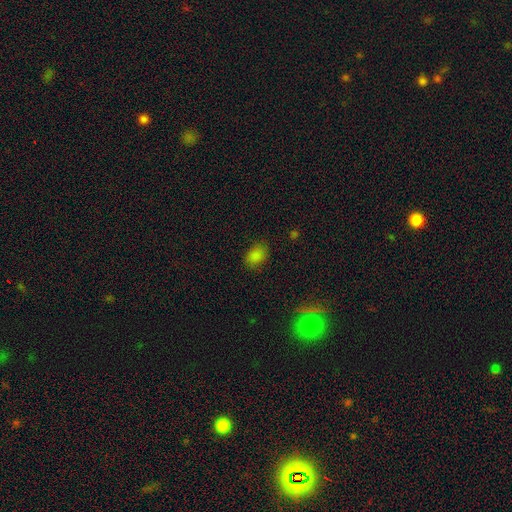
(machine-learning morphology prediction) A smooth galaxy with no disk features (82%) that is in between round and cigar-shaped (66%).

Vote fractions:
- Smooth or featured? smooth: 82% / star or artifact: 13% / featured or disk: 4%
- How rounded? in between: 66% / round: 33% / cigar-shaped: 1%
- Merging? none: 79% / minor disturbance: 16% / major disturbance: 4% / merger: 1%